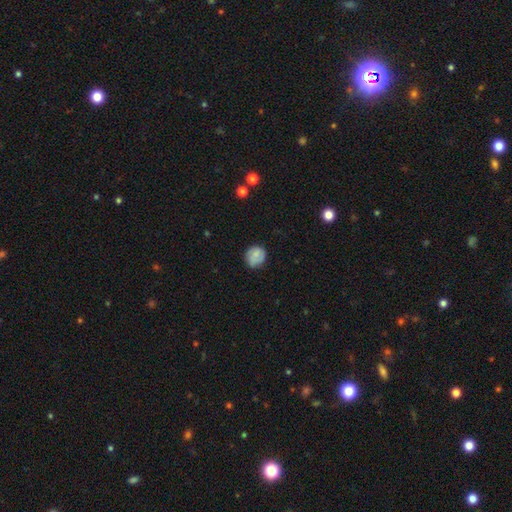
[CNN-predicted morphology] The model was most divided on "merging": none: 73%, minor disturbance: 21%, major disturbance: 5%, merger: 2%. More confident: how rounded — round (82%); smooth or featured — smooth (72%).